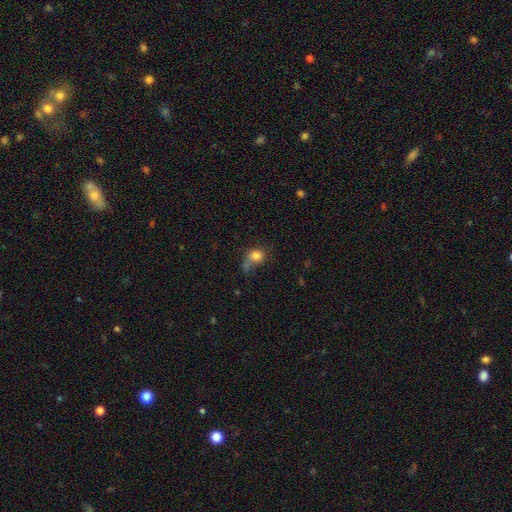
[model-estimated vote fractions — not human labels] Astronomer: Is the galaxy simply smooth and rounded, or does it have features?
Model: smooth — 80%.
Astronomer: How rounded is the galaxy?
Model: round — 66%.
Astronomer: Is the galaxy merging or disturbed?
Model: none — 43% (runner-up: minor disturbance, 23%).